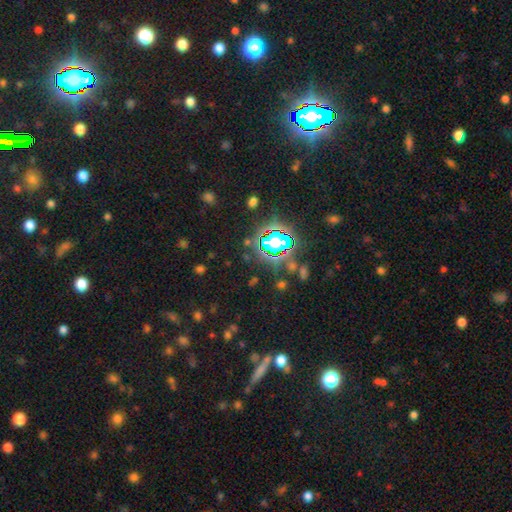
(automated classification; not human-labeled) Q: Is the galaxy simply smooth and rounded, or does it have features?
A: star or artifact — 79%.